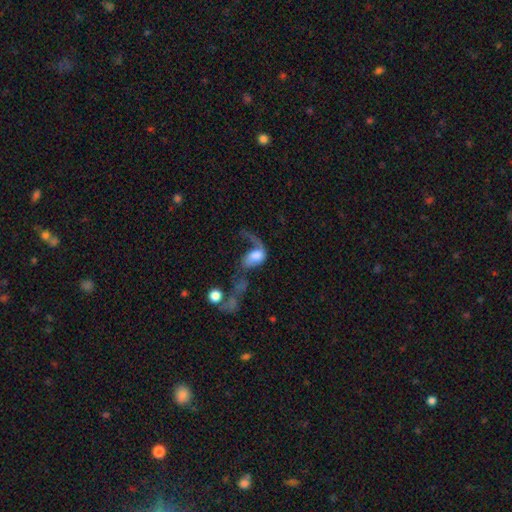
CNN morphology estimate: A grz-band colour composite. It shows a featured or disk galaxy (49%). Merging: major disturbance (50%).